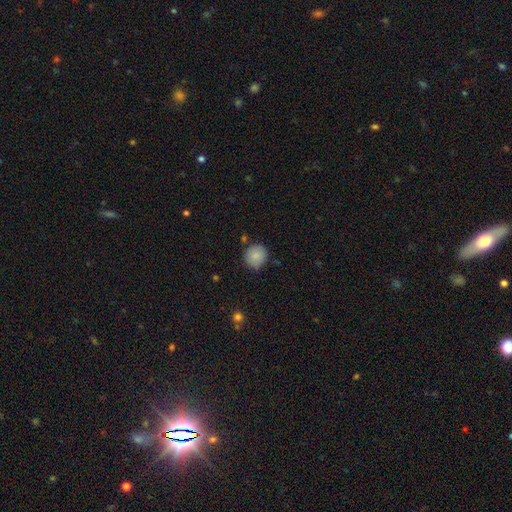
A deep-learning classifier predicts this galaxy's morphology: This is clearly a smooth galaxy (87%). How rounded: clearly round (91%). Merging: clearly none (82%).